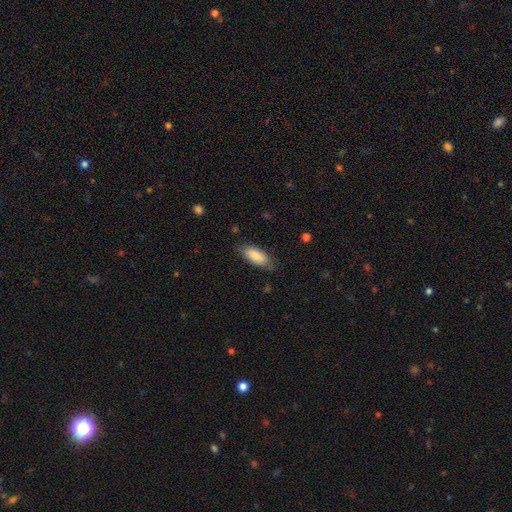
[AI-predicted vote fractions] A smooth galaxy with no disk features (83%) that is in between round and cigar-shaped (86%). Merging: none (77%).